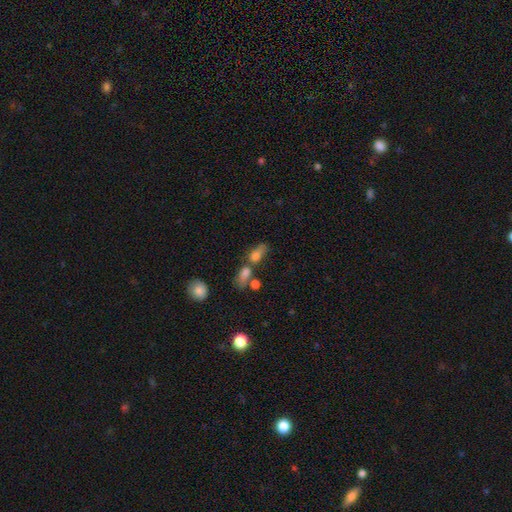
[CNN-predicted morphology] Q: Smooth or featured?
A: smooth (70%); runner-up: featured or disk (17%)
Q: How rounded?
A: in between (71%); runner-up: round (17%)
Q: Merging?
A: merger (49%); runner-up: none (26%)